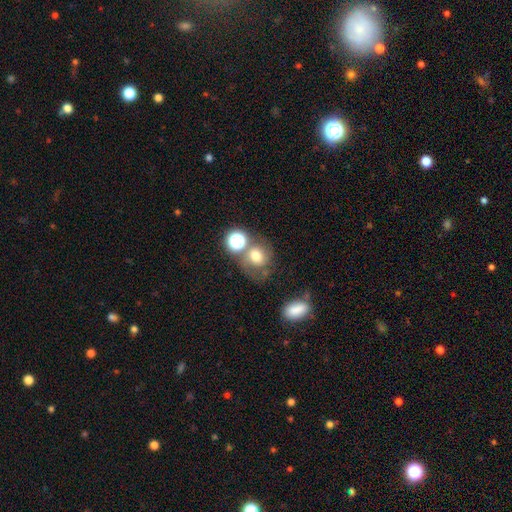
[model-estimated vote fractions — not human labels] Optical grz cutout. It shows a smooth galaxy with no disk features (62%) that is round (67%). Merging: none (40%).